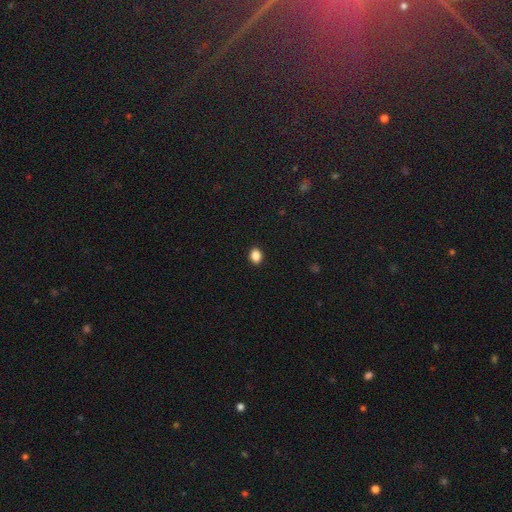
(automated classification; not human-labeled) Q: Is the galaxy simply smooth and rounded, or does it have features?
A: smooth — 87%.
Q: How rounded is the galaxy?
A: in between — 52%.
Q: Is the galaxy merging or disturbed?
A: none — 92%.